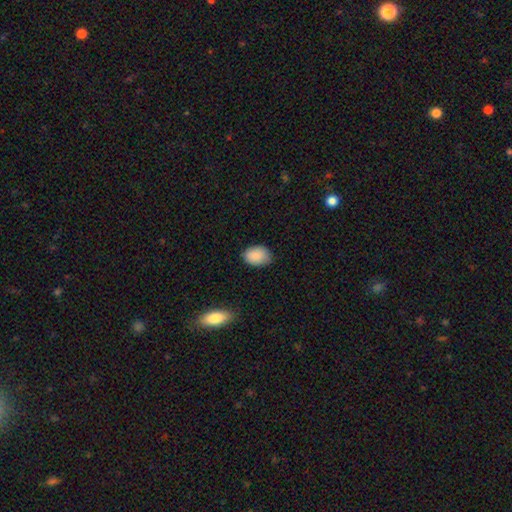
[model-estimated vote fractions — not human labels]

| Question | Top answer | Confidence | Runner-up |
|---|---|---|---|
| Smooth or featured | smooth | 89% | star or artifact (7%) |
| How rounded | in between | 81% | round (18%) |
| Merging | none | 79% | minor disturbance (17%) |